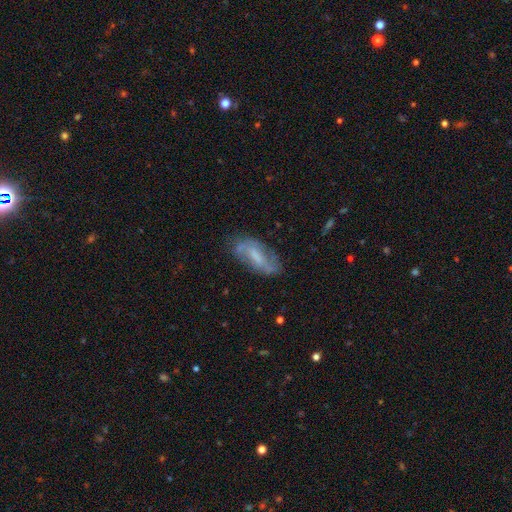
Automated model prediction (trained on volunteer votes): Smooth or featured?
  - featured or disk: 57% *
  - smooth: 36%
  - star or artifact: 8%
Edge-on disk?
  - no: 88% *
  - yes: 12%
Merging?
  - none: 65% *
  - minor disturbance: 23%
  - major disturbance: 10%
  - merger: 3%